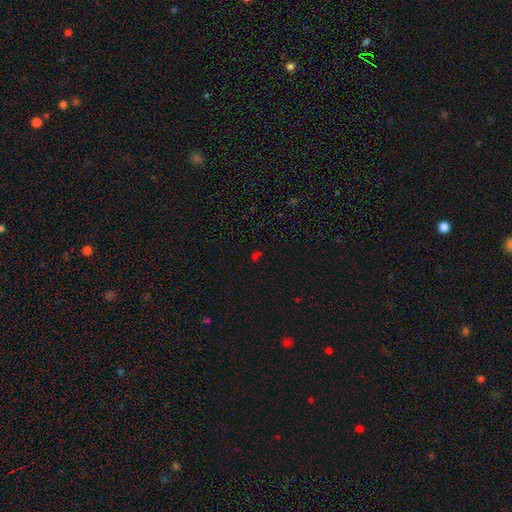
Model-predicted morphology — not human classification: smooth_or_featured: star or artifact (p=0.53) [alt: smooth p=0.39]